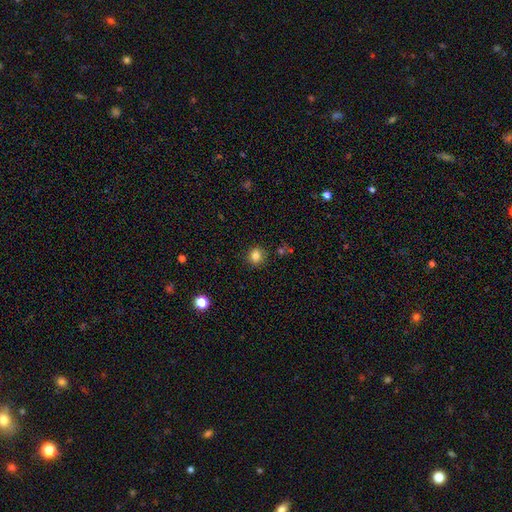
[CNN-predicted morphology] This is clearly a smooth galaxy (83%). How rounded: clearly round (88%). Merging: clearly none (88%).